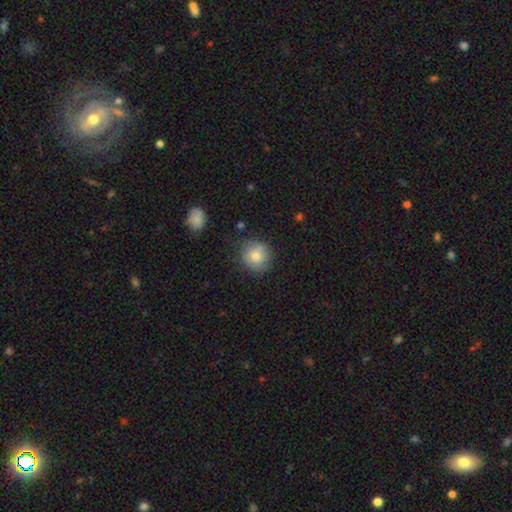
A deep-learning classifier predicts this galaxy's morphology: This appears to be a smooth galaxy with no disk features (78%) that is round (90%). Merging: none (79%).